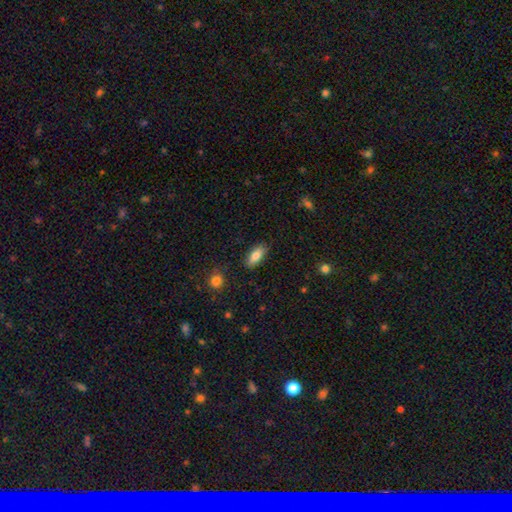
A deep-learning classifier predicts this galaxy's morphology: A smooth galaxy with no disk features (80%) that is in between round and cigar-shaped (79%).

Vote fractions:
- Smooth or featured? smooth: 80% / featured or disk: 13% / star or artifact: 7%
- How rounded? in between: 79% / cigar-shaped: 19% / round: 3%
- Merging? none: 86% / minor disturbance: 11% / major disturbance: 2% / merger: 2%